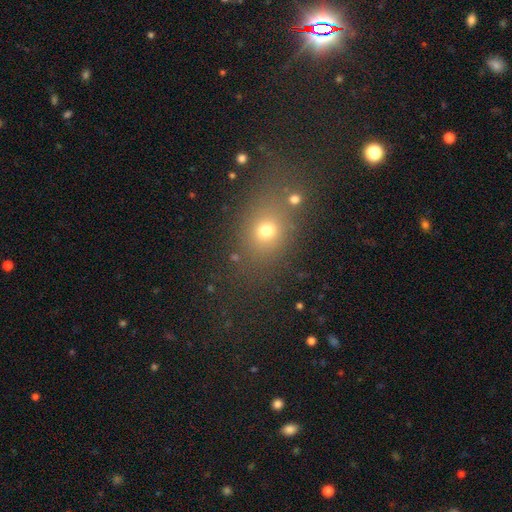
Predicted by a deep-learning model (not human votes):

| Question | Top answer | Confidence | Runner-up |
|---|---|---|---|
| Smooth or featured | smooth | 53% | star or artifact (35%) |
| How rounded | round | 50% | in between (46%) |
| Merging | none | 75% | minor disturbance (12%) |